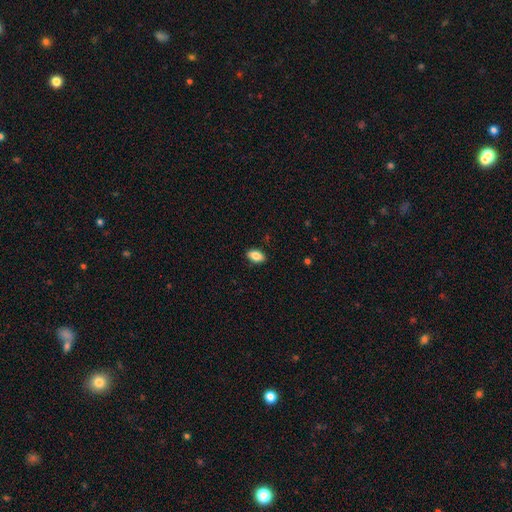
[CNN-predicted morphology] Smooth or featured?
  - smooth: 85% *
  - star or artifact: 7%
  - featured or disk: 7%
How rounded?
  - in between: 91% *
  - round: 6%
  - cigar-shaped: 3%
Merging?
  - none: 88% *
  - minor disturbance: 9%
  - major disturbance: 2%
  - merger: 1%